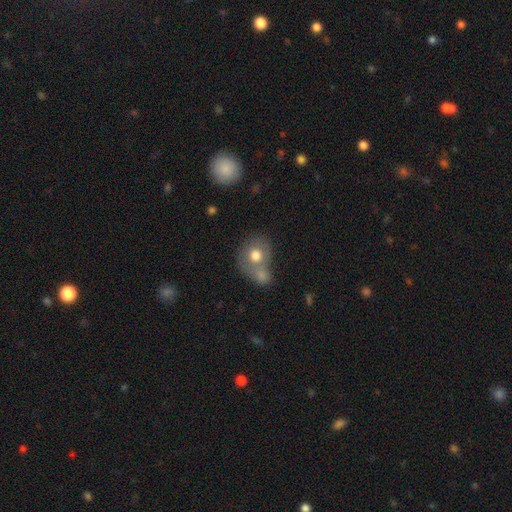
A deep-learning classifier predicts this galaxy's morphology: A smooth galaxy with no disk features (72%) that is round (69%).

Vote fractions:
- Smooth or featured? smooth: 72% / featured or disk: 21% / star or artifact: 7%
- How rounded? round: 69% / in between: 30% / cigar-shaped: 1%
- Merging? merger: 47% / none: 35% / minor disturbance: 11% / major disturbance: 6%